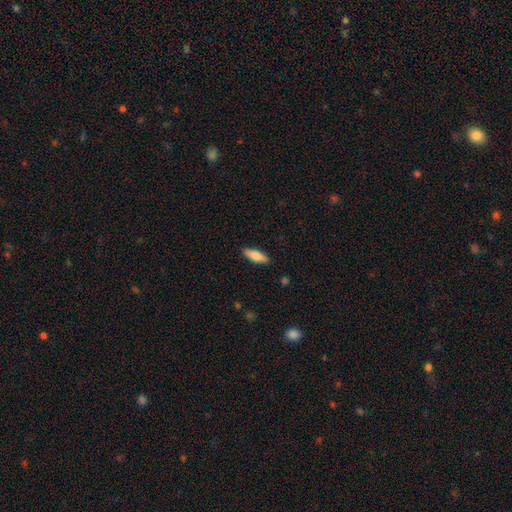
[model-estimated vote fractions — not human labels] The model was most divided on "how rounded": in between: 56%, cigar-shaped: 42%, round: 2%. More confident: merging — none (88%); smooth or featured — smooth (76%).